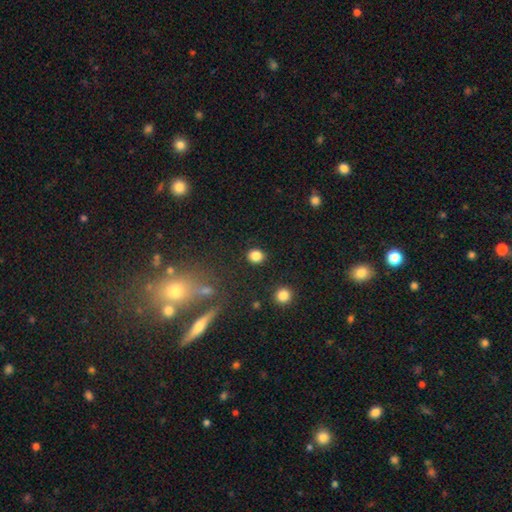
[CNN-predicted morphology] Smooth or featured? smooth (84%)
How rounded? round (71%)
Merging? none (88%)